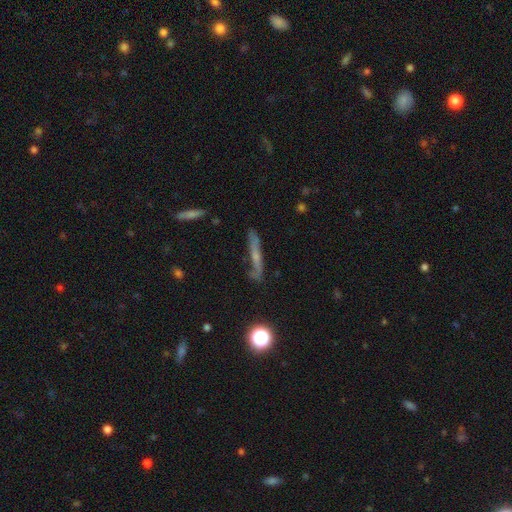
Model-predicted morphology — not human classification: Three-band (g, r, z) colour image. It shows a featured or disk galaxy (52%) viewed edge-on (75%). Merging: none (66%).